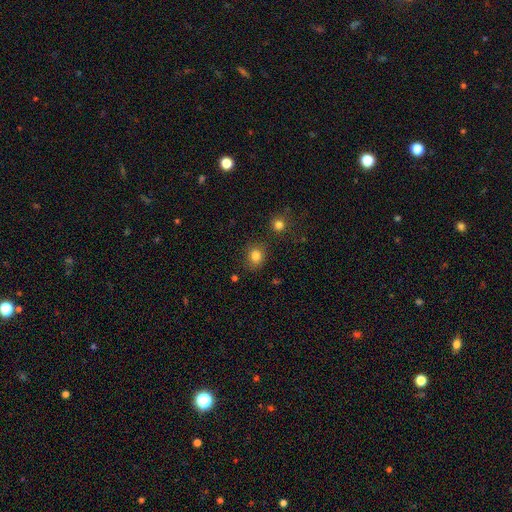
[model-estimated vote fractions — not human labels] Smooth or featured? smooth (82%)
How rounded? round (69%)
Merging? none (79%)